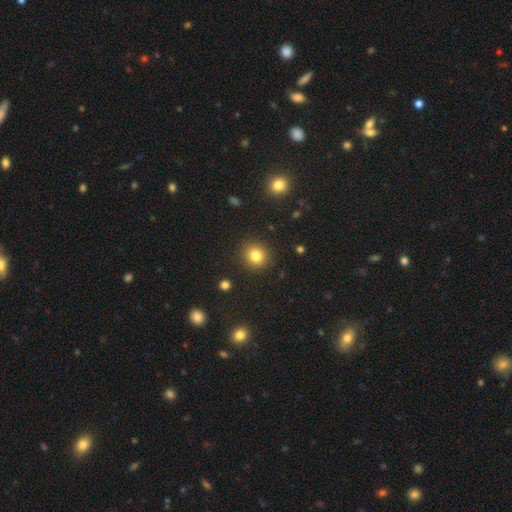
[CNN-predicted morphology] Smooth or featured: smooth — 82% (star or artifact — 12%)
How rounded: round — 88% (in between — 11%)
Merging: none — 90% (minor disturbance — 6%)